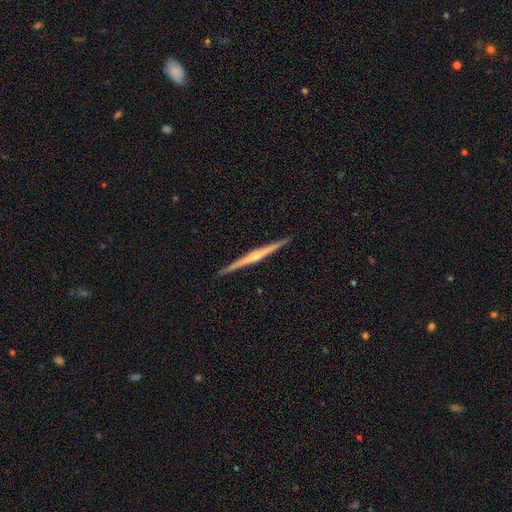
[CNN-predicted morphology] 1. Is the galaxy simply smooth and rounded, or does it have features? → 77% featured or disk, 17% smooth, 5% star or artifact.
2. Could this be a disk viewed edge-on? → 99% yes, 1% no.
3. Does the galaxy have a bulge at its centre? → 71% rounded, 21% none, 8% boxy.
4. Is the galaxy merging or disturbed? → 93% none, 5% minor disturbance, 1% major disturbance, 1% merger.